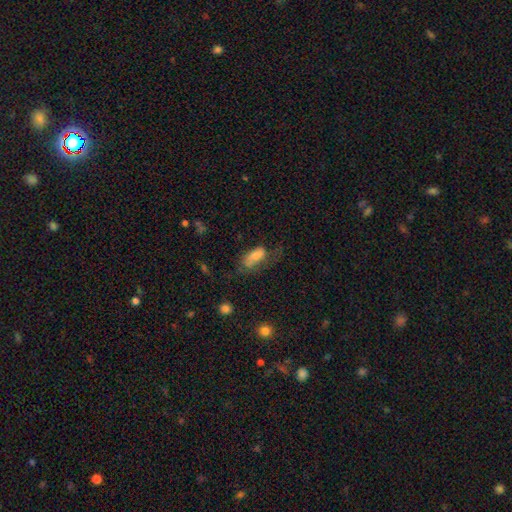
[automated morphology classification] smooth-or-featured: smooth: 65% | featured or disk: 25% | star or artifact: 10%
  how-rounded: in between: 84% | cigar-shaped: 13% | round: 4%
  merging: none: 40% | major disturbance: 29% | minor disturbance: 27% | merger: 4%